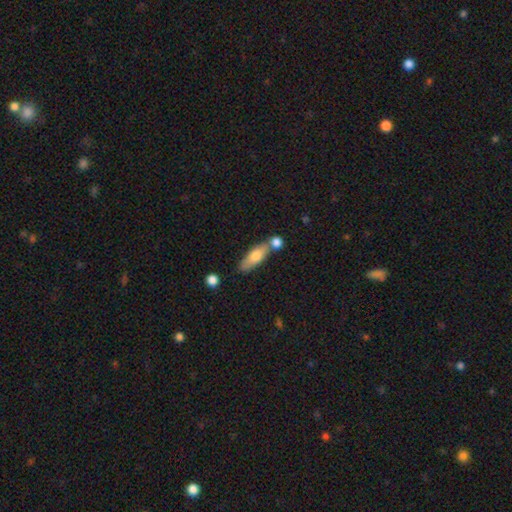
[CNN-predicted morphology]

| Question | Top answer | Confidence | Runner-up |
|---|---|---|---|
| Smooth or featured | smooth | 71% | featured or disk (23%) |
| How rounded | in between | 58% | cigar-shaped (39%) |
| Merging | none | 52% | merger (29%) |